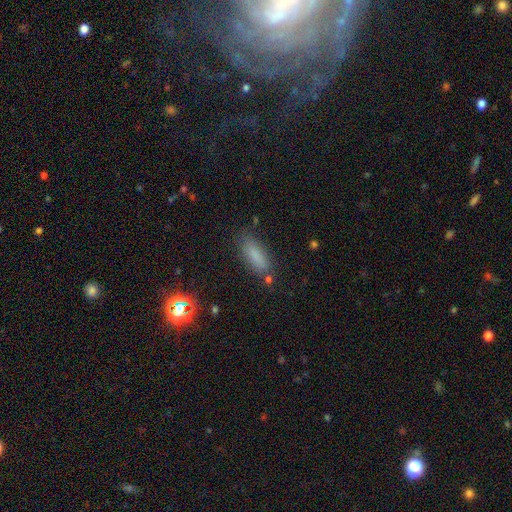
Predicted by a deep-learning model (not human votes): This is clearly a smooth galaxy (80%). How rounded: likely in between (62%). Merging: likely none (78%).